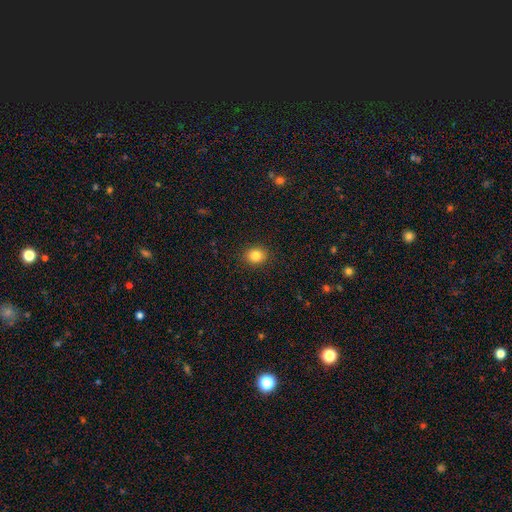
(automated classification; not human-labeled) Smooth or featured?
  - smooth: 83% *
  - star or artifact: 11%
  - featured or disk: 6%
How rounded?
  - round: 71% *
  - in between: 28%
  - cigar-shaped: 1%
Merging?
  - none: 90% *
  - minor disturbance: 6%
  - major disturbance: 2%
  - merger: 1%